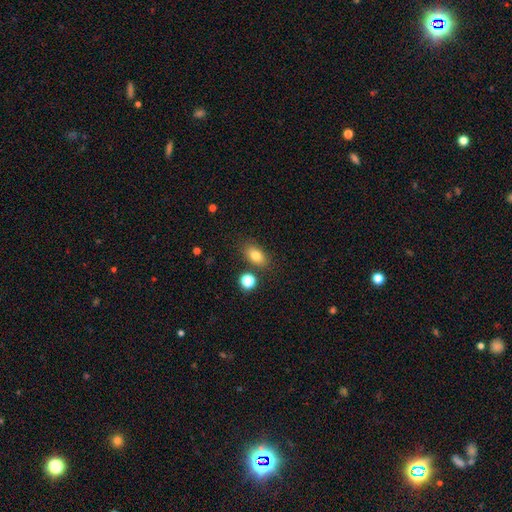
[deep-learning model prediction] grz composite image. It shows a smooth galaxy with no disk features (79%) that is in between round and cigar-shaped (83%). Merging: none (78%).